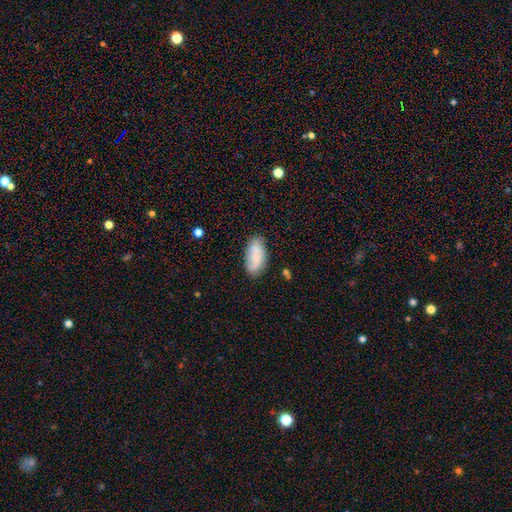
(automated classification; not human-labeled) A smooth galaxy with no disk features (68%) that is in between round and cigar-shaped (92%).

Vote fractions:
- Smooth or featured? smooth: 68% / featured or disk: 25% / star or artifact: 8%
- How rounded? in between: 92% / cigar-shaped: 5% / round: 3%
- Merging? none: 76% / minor disturbance: 18% / major disturbance: 4% / merger: 2%